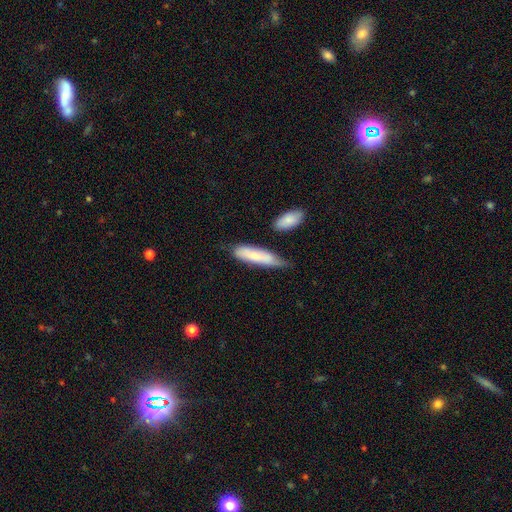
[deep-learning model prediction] Overall: smooth (73%). How rounded: cigar-shaped (65%; in between 33%). Merging: none (48%; minor disturbance 34%).